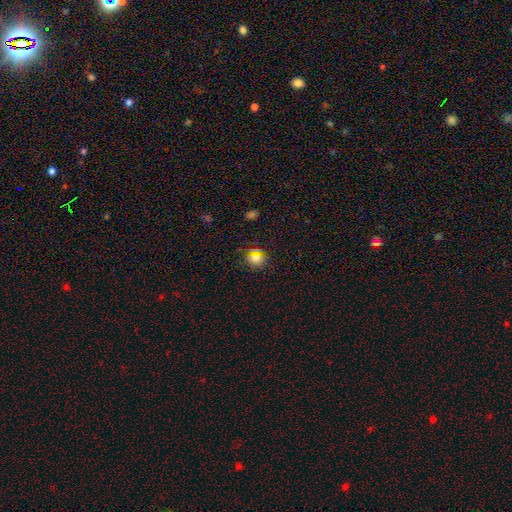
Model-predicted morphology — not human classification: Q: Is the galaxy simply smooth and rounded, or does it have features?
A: smooth — 67%.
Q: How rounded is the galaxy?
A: round — 82%.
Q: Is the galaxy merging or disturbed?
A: none — 85%.